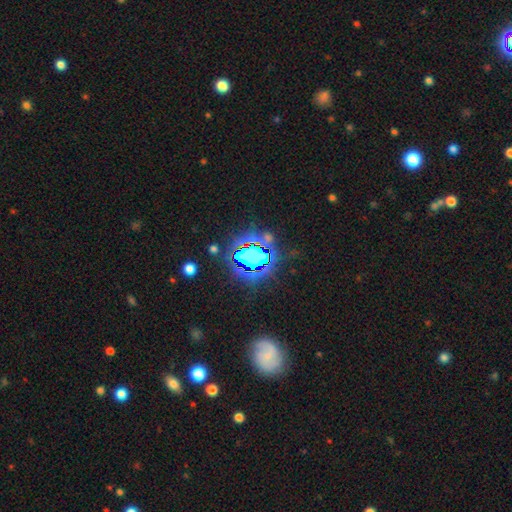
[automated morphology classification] star or artifact 68%, smooth 19%, featured or disk 12%.